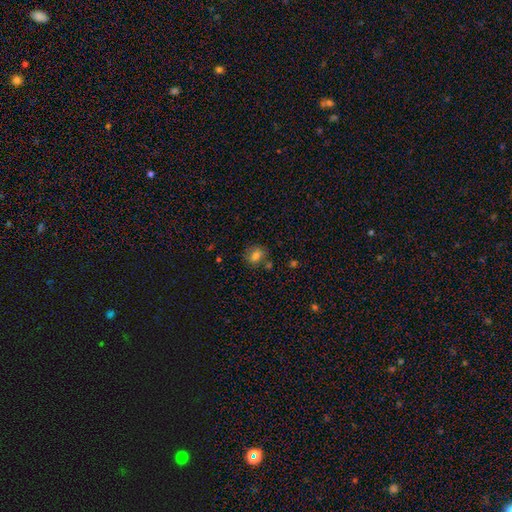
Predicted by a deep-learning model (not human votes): smooth-or-featured: smooth: 78% | star or artifact: 12% | featured or disk: 10%
  how-rounded: in between: 54% | round: 45% | cigar-shaped: 2%
  merging: none: 73% | minor disturbance: 16% | merger: 7% | major disturbance: 5%